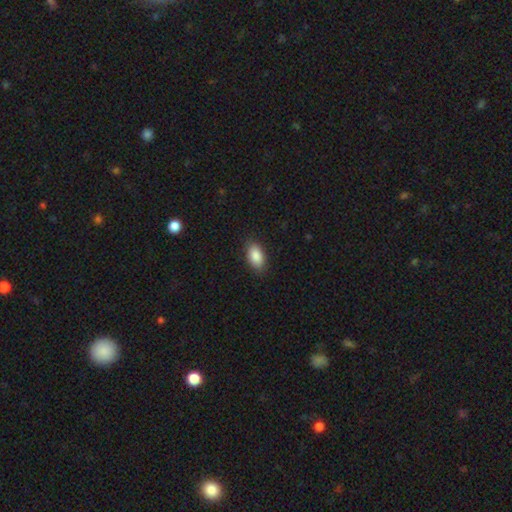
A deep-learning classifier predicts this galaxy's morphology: Smooth or featured?
  - smooth: 89% *
  - star or artifact: 7%
  - featured or disk: 5%
How rounded?
  - in between: 92% *
  - round: 5%
  - cigar-shaped: 2%
Merging?
  - none: 87% *
  - minor disturbance: 10%
  - major disturbance: 2%
  - merger: 1%